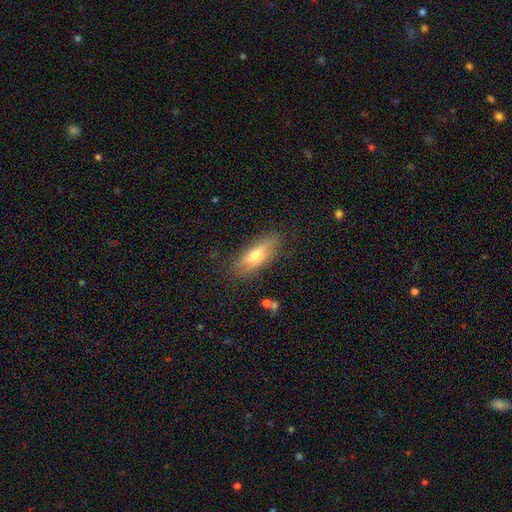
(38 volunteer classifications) Morphology: type=featured or disk (50%); edge-on=yes (74%); edge-on bulge=rounded (100%); merging=none (81%).